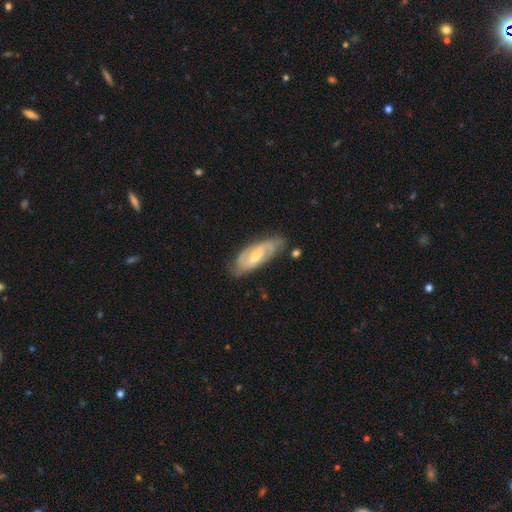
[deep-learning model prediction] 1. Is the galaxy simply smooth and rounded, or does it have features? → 76% featured or disk, 18% smooth, 6% star or artifact.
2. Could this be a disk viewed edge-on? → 89% no, 11% yes.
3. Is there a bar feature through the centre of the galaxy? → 48% weak, 29% no, 24% strong.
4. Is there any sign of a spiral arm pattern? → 92% yes, 8% no.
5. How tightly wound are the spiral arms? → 43% medium, 39% tight, 18% loose.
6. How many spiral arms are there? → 74% 2, 15% can't tell, 5% 3, 3% 1, 2% 4, 1% more than 4.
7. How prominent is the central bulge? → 49% moderate, 46% small, 2% large, 2% none, 1% dominant.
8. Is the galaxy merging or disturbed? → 74% none, 19% minor disturbance, 5% major disturbance, 2% merger.